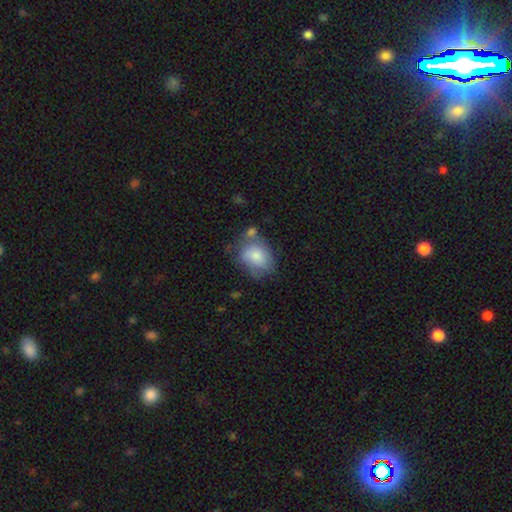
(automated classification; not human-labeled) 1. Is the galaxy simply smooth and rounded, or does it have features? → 75% smooth, 18% featured or disk, 7% star or artifact.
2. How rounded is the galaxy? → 63% in between, 36% round, 1% cigar-shaped.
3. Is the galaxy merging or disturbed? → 45% none, 28% minor disturbance, 14% merger, 13% major disturbance.